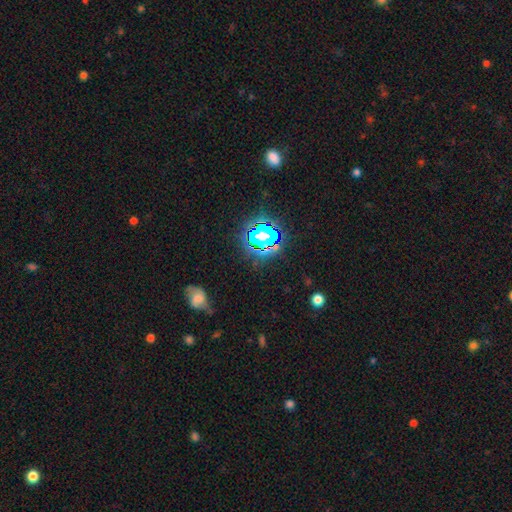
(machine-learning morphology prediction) This is likely a star or artifact rather than a galaxy (76%).